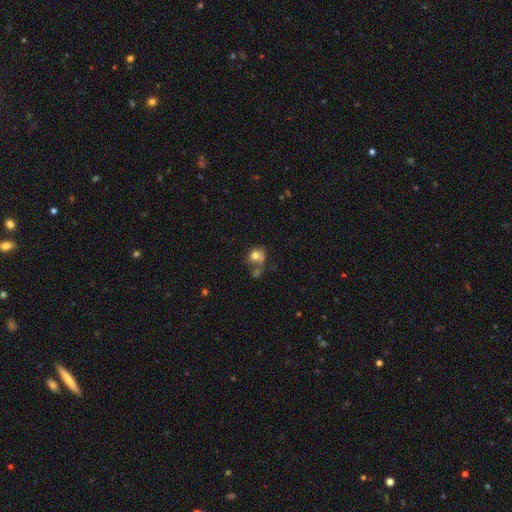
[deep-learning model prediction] smooth 73%, featured or disk 16%, star or artifact 10%. Down the decision tree: how rounded — round (63%); merging — none (34%).